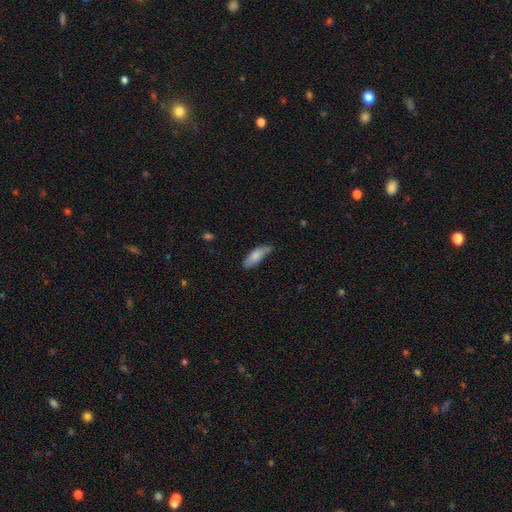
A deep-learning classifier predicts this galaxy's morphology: Smooth or featured? Predicted: smooth (p=0.81). How rounded? Predicted: in between (p=0.71). Merging? Predicted: none (p=0.57).